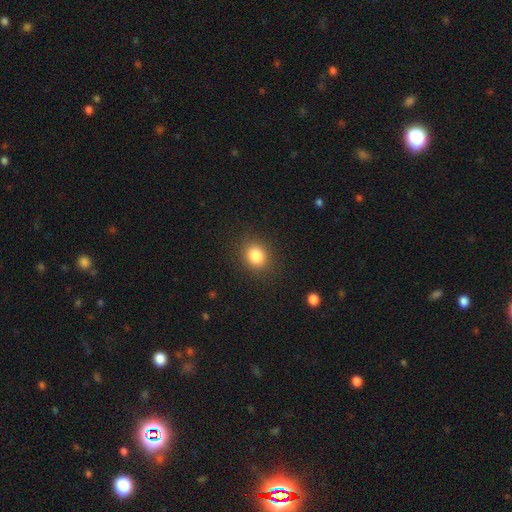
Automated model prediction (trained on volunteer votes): A smooth galaxy with no disk features (84%) that is round (64%).

Vote fractions:
- Smooth or featured? smooth: 84% / star or artifact: 10% / featured or disk: 6%
- How rounded? round: 64% / in between: 35% / cigar-shaped: 1%
- Merging? none: 88% / minor disturbance: 8% / major disturbance: 3% / merger: 1%